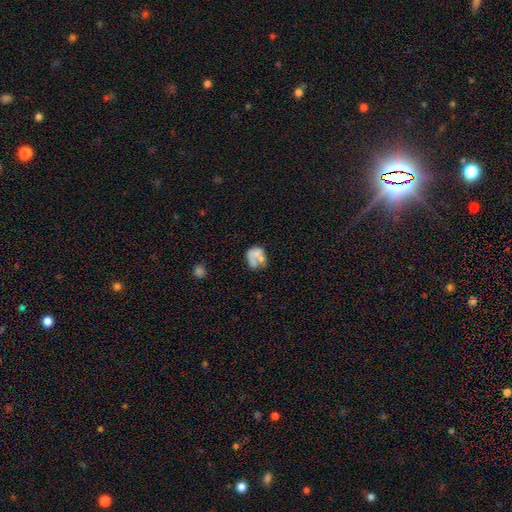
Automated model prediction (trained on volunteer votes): smooth_or_featured: smooth (p=0.58) [alt: featured or disk p=0.32]
how_rounded: round (p=0.51) [alt: in between p=0.47]
merging: none (p=0.32) [alt: merger p=0.28]